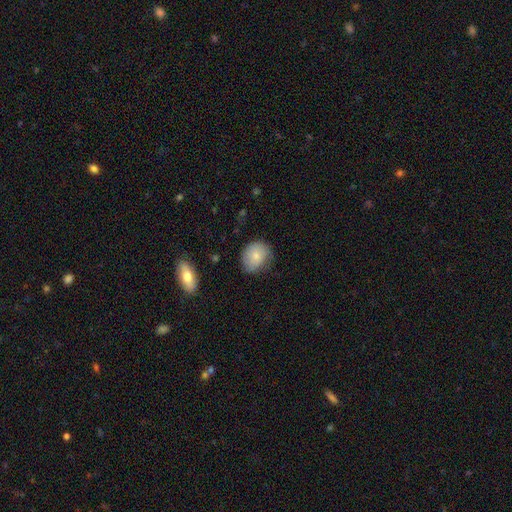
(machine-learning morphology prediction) Overall: smooth (79%). How rounded: round (63%; in between 36%). Merging: none (70%).